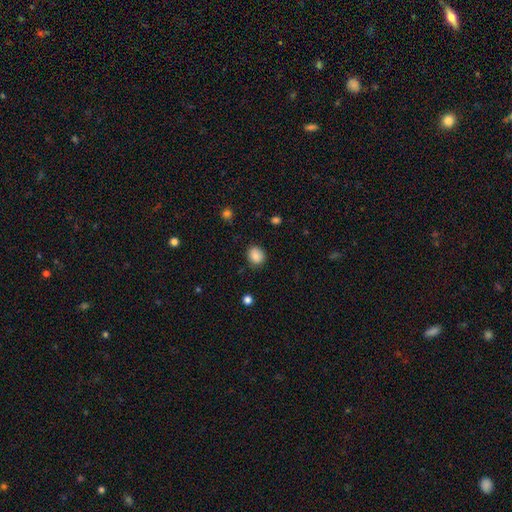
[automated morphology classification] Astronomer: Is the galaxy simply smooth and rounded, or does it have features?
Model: smooth — 86%.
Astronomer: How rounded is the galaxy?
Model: round — 72%.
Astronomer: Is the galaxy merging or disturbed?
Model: none — 84%.